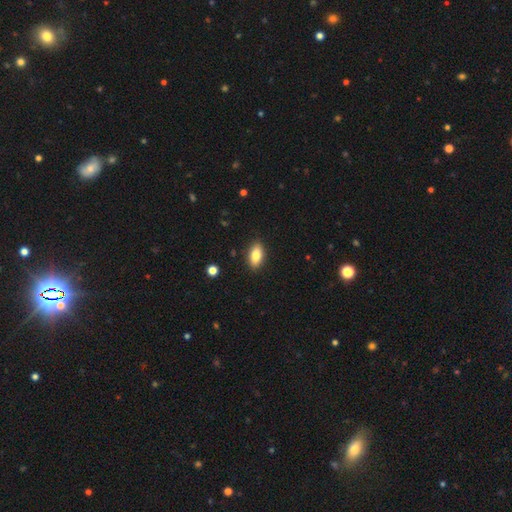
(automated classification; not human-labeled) smooth_or_featured: smooth (p=0.81) [alt: featured or disk p=0.11]
how_rounded: in between (p=0.88) [alt: cigar-shaped p=0.08]
merging: none (p=0.89) [alt: minor disturbance p=0.08]